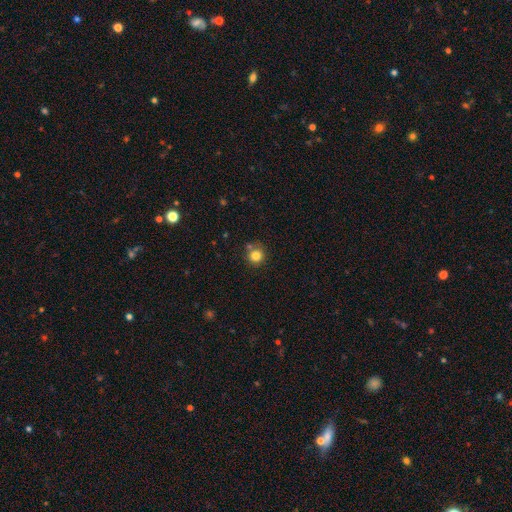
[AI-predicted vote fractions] This appears to be a smooth galaxy with no disk features (82%) that is round (92%). Merging: none (72%).